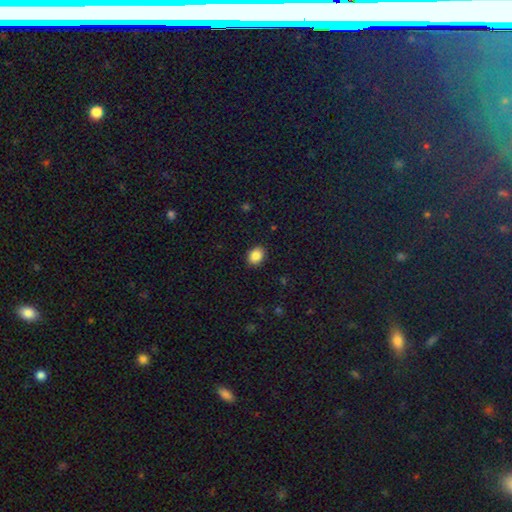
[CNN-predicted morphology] smooth-or-featured: smooth: 87% | star or artifact: 9% | featured or disk: 4%
  how-rounded: in between: 55% | round: 44% | cigar-shaped: 1%
  merging: none: 89% | minor disturbance: 8% | major disturbance: 2% | merger: 1%